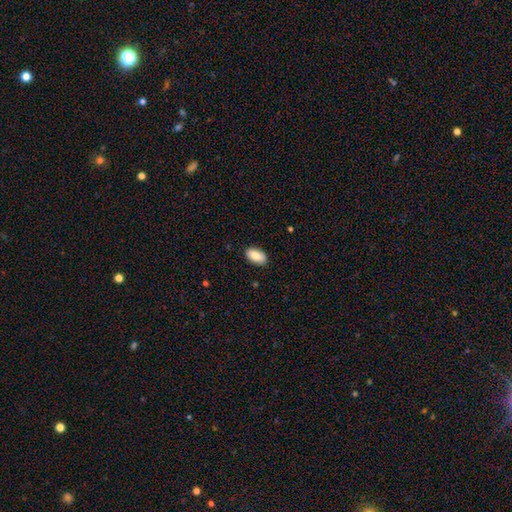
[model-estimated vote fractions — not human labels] Smooth or featured: smooth — 82% (featured or disk — 11%)
How rounded: in between — 93% (round — 4%)
Merging: none — 88% (minor disturbance — 9%)